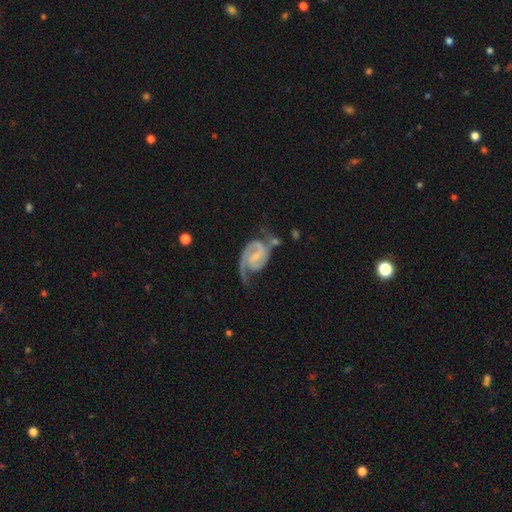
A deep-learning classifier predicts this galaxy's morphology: type=featured or disk (91%); edge-on=no (98%); bar=weak (49%); spiral arms=yes (98%); winding=medium (51%); arm count=2 (86%); bulge=small (57%); merging=none (55%).